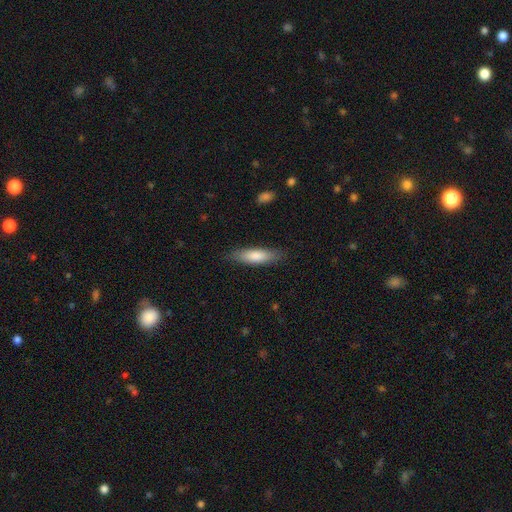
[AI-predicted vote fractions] Morphology: type=smooth (76%); roundness=cigar-shaped (68%); merging=none (86%).